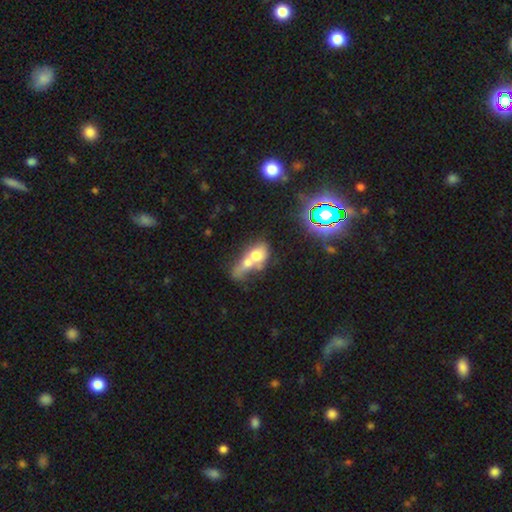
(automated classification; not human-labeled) Morphology: type=smooth (57%); roundness=in between (60%); merging=merger (73%).